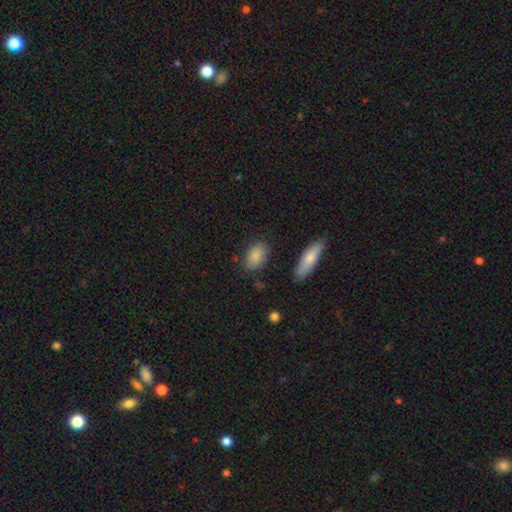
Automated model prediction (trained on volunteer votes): smooth_or_featured: smooth (p=0.86) [alt: featured or disk p=0.07]
how_rounded: in between (p=0.89) [alt: round p=0.08]
merging: none (p=0.79) [alt: minor disturbance p=0.14]